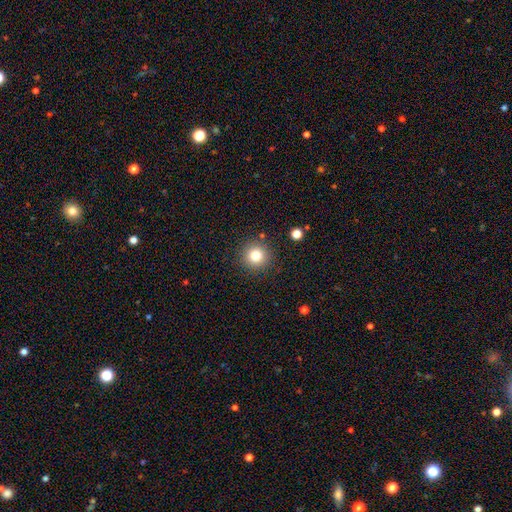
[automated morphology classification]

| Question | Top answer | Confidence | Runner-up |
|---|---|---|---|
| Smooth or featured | smooth | 80% | star or artifact (13%) |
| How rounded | round | 94% | in between (5%) |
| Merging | none | 88% | minor disturbance (7%) |